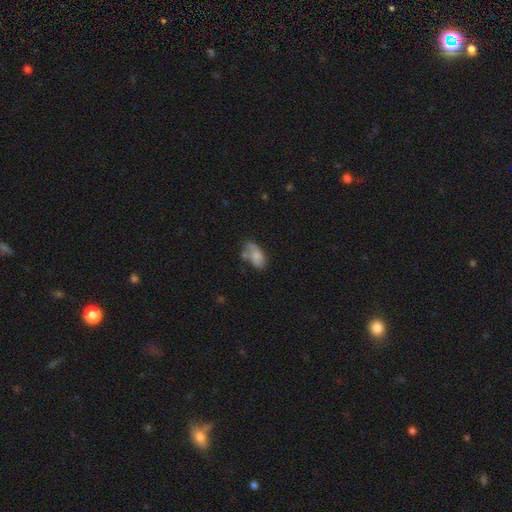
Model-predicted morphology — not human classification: Q: Smooth or featured?
A: smooth (69%); runner-up: featured or disk (23%)
Q: How rounded?
A: in between (91%); runner-up: round (6%)
Q: Merging?
A: none (38%); runner-up: minor disturbance (28%)